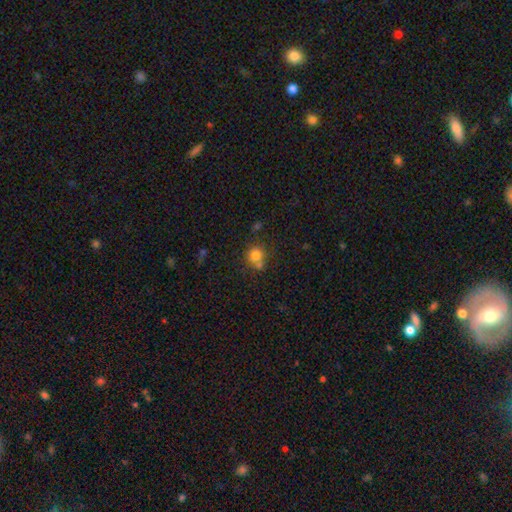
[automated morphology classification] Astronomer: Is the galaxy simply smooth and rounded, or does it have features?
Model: smooth — 78%.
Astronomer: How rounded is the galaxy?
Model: round — 86%.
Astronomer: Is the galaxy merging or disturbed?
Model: none — 59%.